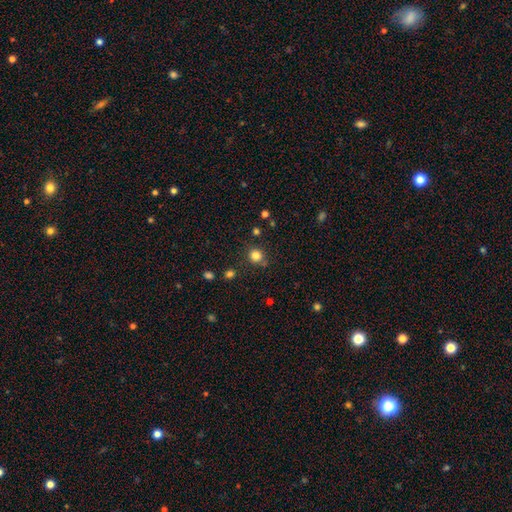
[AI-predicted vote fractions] A smooth galaxy with no disk features (81%) that is round (88%).

Vote fractions:
- Smooth or featured? smooth: 81% / star or artifact: 14% / featured or disk: 5%
- How rounded? round: 88% / in between: 11% / cigar-shaped: 1%
- Merging? none: 80% / minor disturbance: 11% / merger: 6% / major disturbance: 3%